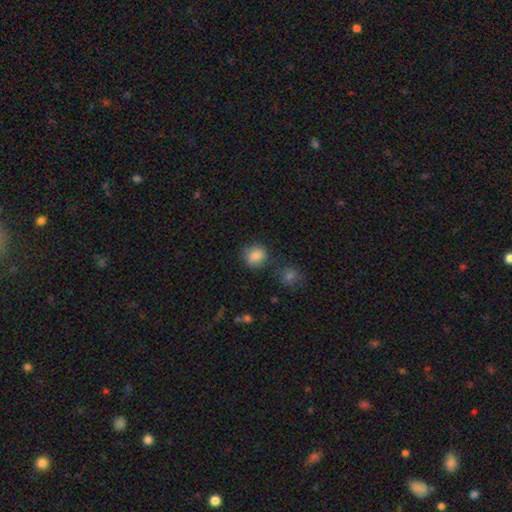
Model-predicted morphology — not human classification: A smooth galaxy with no disk features (85%) that is round (74%).

Vote fractions:
- Smooth or featured? smooth: 85% / star or artifact: 10% / featured or disk: 5%
- How rounded? round: 74% / in between: 25% / cigar-shaped: 1%
- Merging? none: 76% / minor disturbance: 14% / merger: 6% / major disturbance: 4%